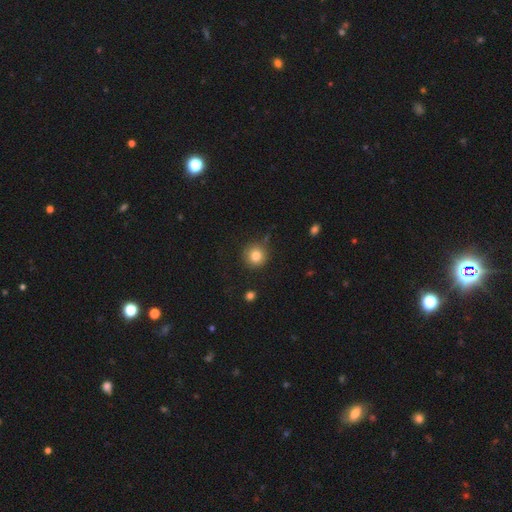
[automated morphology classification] Overall: smooth (82%). How rounded: round (94%). Merging: none (83%).